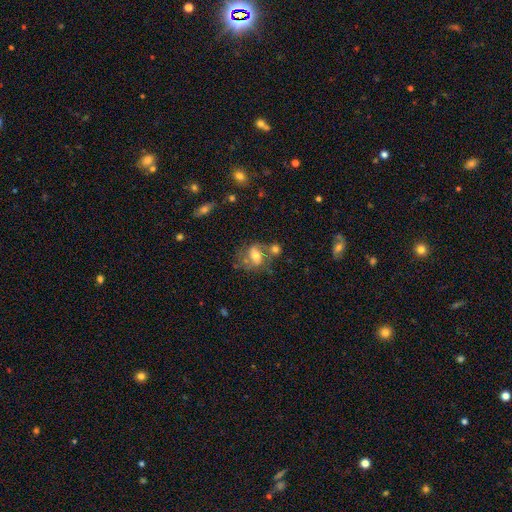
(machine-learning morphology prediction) A featured or disk galaxy (55%) with a weak bar (43%), spiral arms (78%) and a moderate central bulge (62%).

Vote fractions:
- Smooth or featured? featured or disk: 55% / smooth: 35% / star or artifact: 10%
- Edge-on disk? no: 95% / yes: 5%
- Bar? weak: 43% / no: 36% / strong: 21%
- Spiral arms? yes: 78% / no: 22%
- Bulge size? moderate: 62% / small: 20% / large: 13% / none: 3% / dominant: 2%
- Merging? none: 42% / merger: 27% / minor disturbance: 18% / major disturbance: 13%